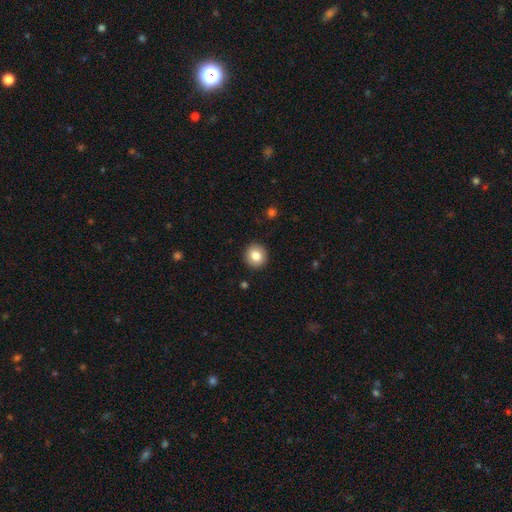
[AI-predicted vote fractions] Smooth or featured? Predicted: smooth (p=0.82). How rounded? Predicted: round (p=0.92). Merging? Predicted: none (p=0.92).